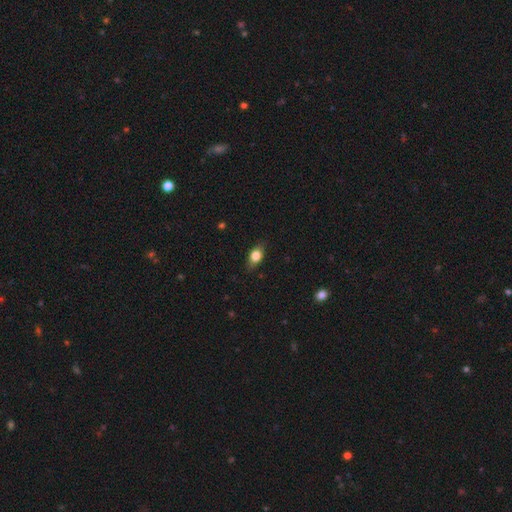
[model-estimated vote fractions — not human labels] This is likely a smooth galaxy (77%). How rounded: likely in between (79%). Merging: clearly none (84%).